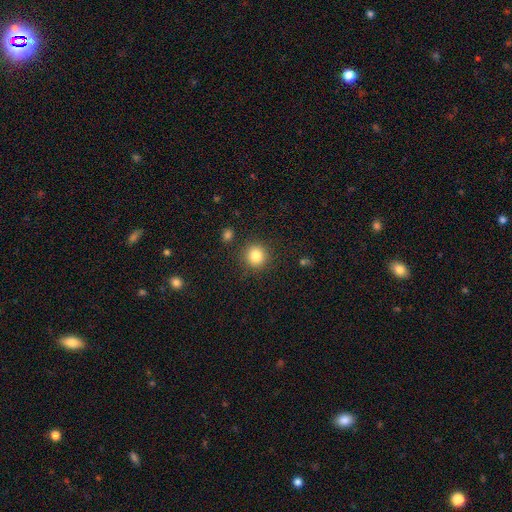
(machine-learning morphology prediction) Smooth or featured: smooth — 83% (star or artifact — 11%)
How rounded: round — 92% (in between — 7%)
Merging: none — 88% (minor disturbance — 7%)